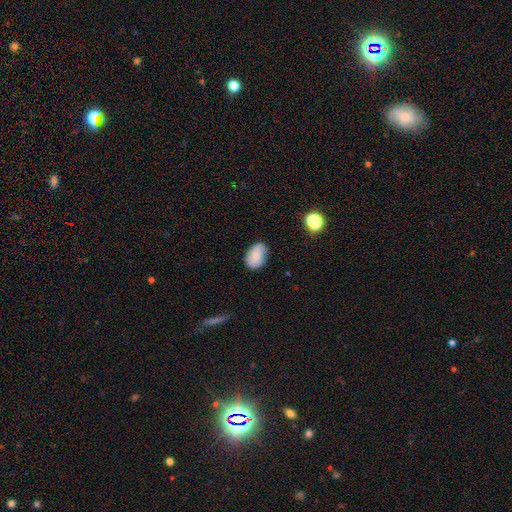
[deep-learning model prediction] smooth 78%, featured or disk 14%, star or artifact 8%. Down the decision tree: how rounded — in between (86%); merging — none (76%).